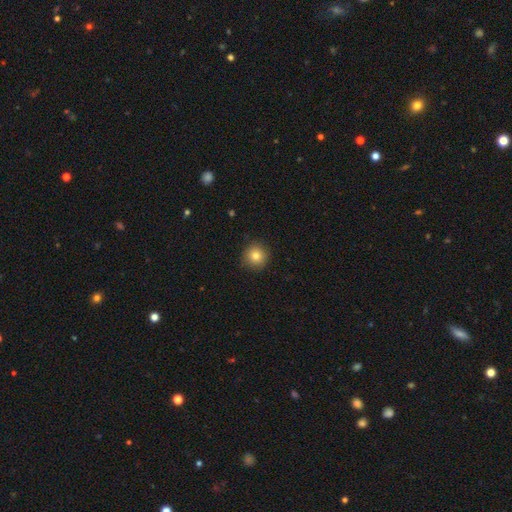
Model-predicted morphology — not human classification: Q: Smooth or featured?
A: smooth (81%); runner-up: star or artifact (11%)
Q: How rounded?
A: round (94%); runner-up: in between (5%)
Q: Merging?
A: none (90%); runner-up: minor disturbance (7%)